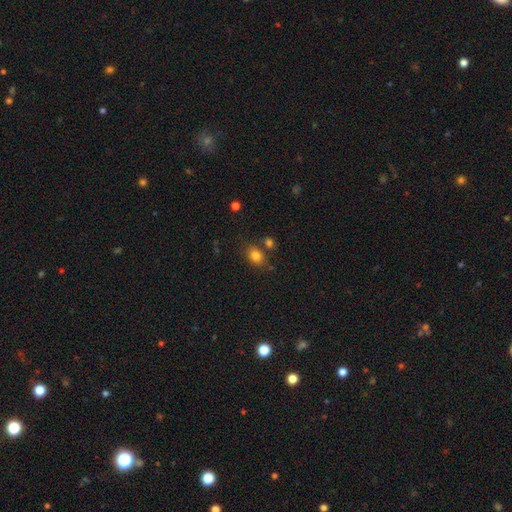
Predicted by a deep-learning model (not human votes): smooth_or_featured: smooth (p=0.82) [alt: star or artifact p=0.11]
how_rounded: in between (p=0.65) [alt: round p=0.34]
merging: none (p=0.72) [alt: minor disturbance p=0.13]